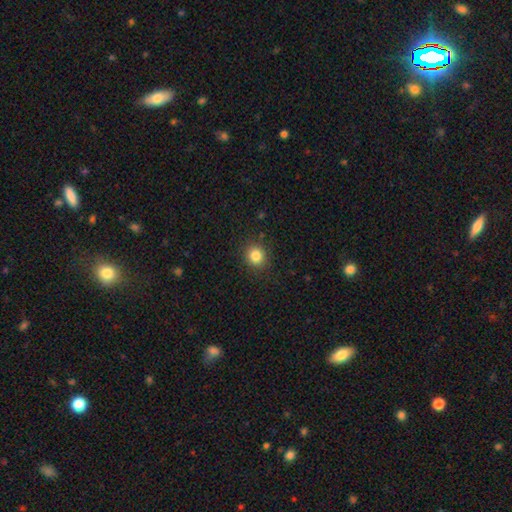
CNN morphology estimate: Smooth or featured? smooth (84%)
How rounded? round (83%)
Merging? none (88%)